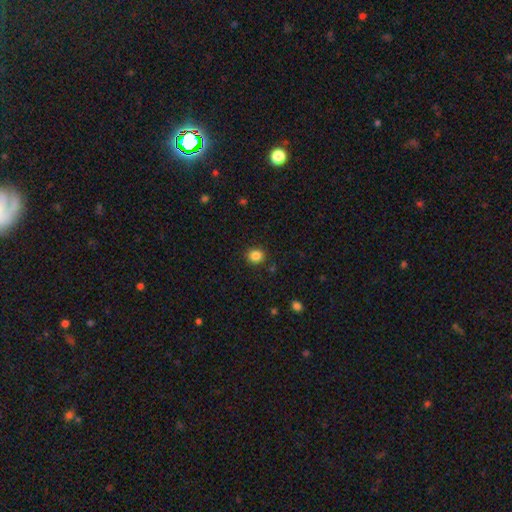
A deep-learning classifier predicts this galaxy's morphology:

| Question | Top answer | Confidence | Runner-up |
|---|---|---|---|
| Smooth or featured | smooth | 85% | star or artifact (11%) |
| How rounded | round | 83% | in between (16%) |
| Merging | none | 89% | minor disturbance (7%) |